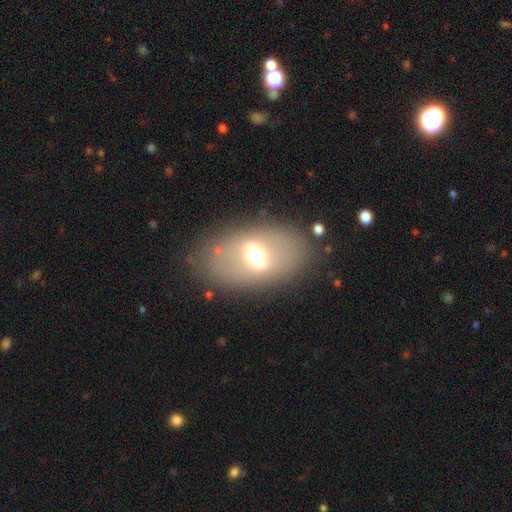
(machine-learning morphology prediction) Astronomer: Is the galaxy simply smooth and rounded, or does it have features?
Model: smooth — 47% (runner-up: featured or disk, 41%).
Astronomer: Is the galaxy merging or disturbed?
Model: none — 79%.